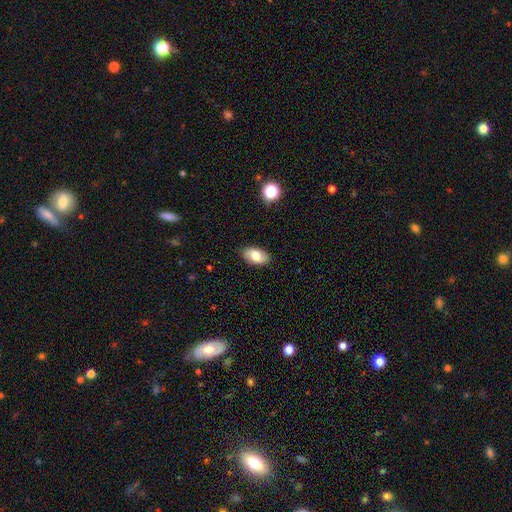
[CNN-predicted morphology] smooth_or_featured: smooth (p=0.70) [alt: featured or disk p=0.22]
how_rounded: in between (p=0.93) [alt: round p=0.05]
merging: none (p=0.86) [alt: minor disturbance p=0.11]